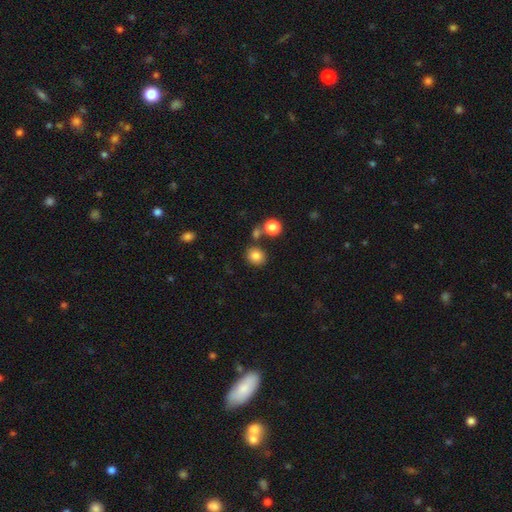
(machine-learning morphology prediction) Smooth or featured? smooth (83%)
How rounded? round (72%)
Merging? none (76%)